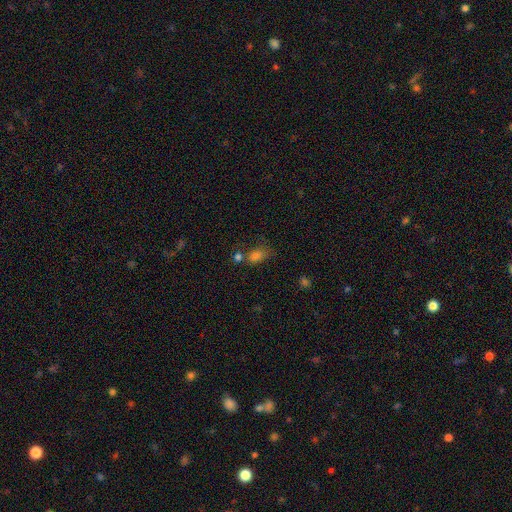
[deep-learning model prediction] Q: Smooth or featured?
A: smooth (76%); runner-up: star or artifact (16%)
Q: How rounded?
A: in between (76%); runner-up: round (20%)
Q: Merging?
A: none (43%); runner-up: merger (22%)